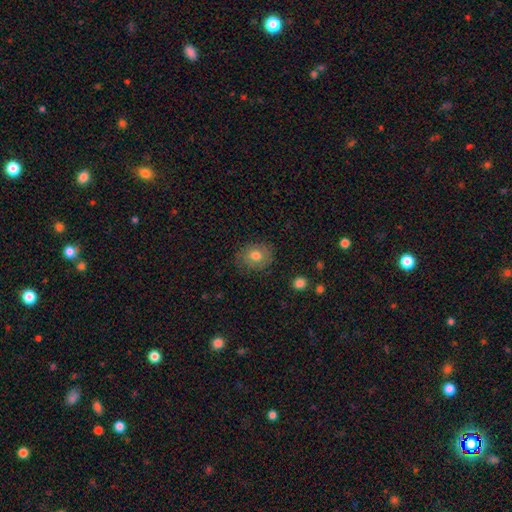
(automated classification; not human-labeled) smooth 70%, featured or disk 22%, star or artifact 9%. Down the decision tree: how rounded — round (57%); merging — none (80%).